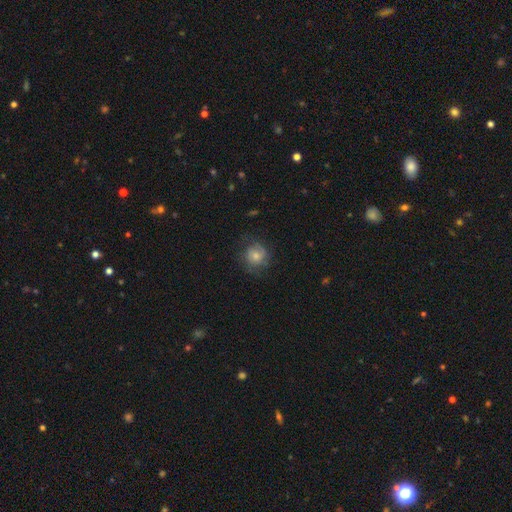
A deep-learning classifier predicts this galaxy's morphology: Smooth or featured: smooth — 48% (featured or disk — 43%)
Merging: none — 67% (minor disturbance — 20%)